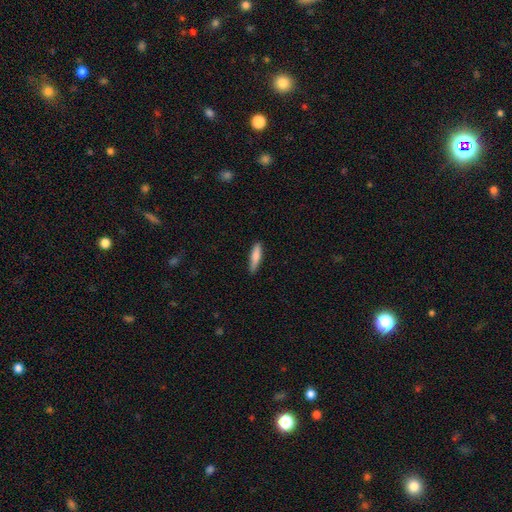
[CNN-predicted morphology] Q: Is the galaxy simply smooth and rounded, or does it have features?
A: smooth — 80%.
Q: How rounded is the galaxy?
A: cigar-shaped — 78%.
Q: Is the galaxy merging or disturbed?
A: none — 81%.